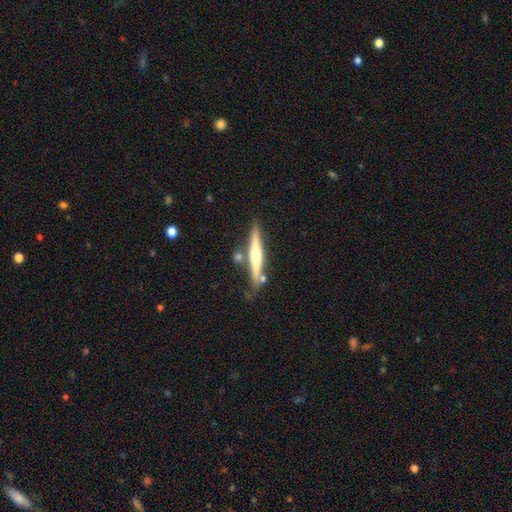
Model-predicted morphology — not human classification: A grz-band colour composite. It shows a featured or disk galaxy (61%) viewed edge-on (96%) with a rounded central bulge (83%). Merging: none (74%).